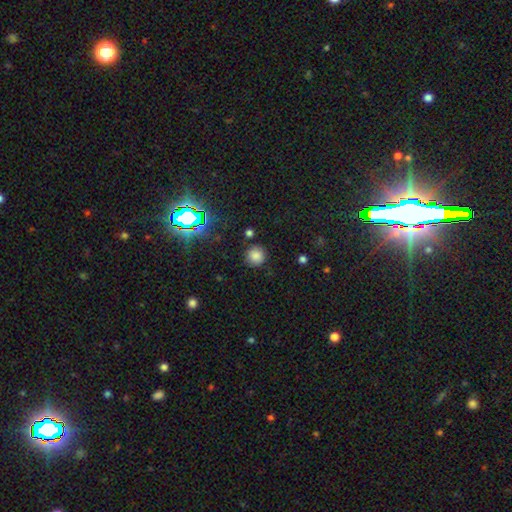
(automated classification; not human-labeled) This is likely a smooth galaxy (78%). How rounded: clearly round (94%). Merging: clearly none (87%).